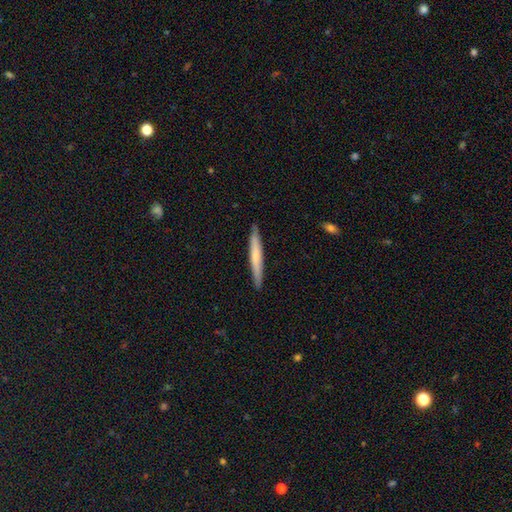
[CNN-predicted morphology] The model was most divided on "smooth or featured": smooth: 54%, featured or disk: 41%, star or artifact: 5%. More confident: how rounded — cigar-shaped (96%); merging — none (90%).